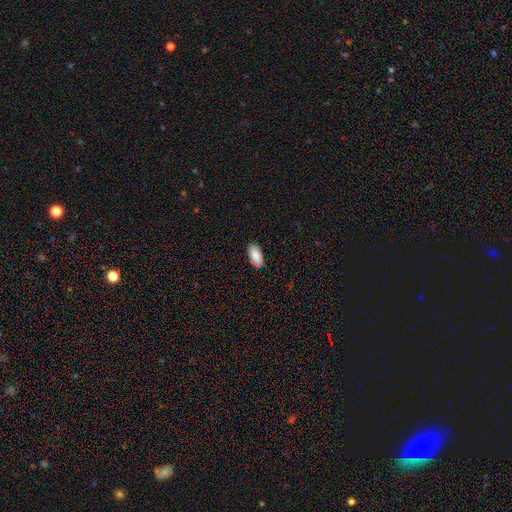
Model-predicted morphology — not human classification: Q: Smooth or featured?
A: smooth (86%); runner-up: featured or disk (7%)
Q: How rounded?
A: in between (93%); runner-up: cigar-shaped (4%)
Q: Merging?
A: none (85%); runner-up: minor disturbance (12%)